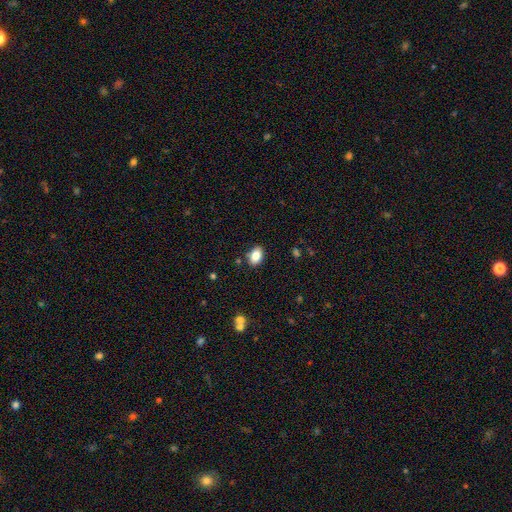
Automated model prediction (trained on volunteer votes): smooth-or-featured: smooth: 85% | star or artifact: 8% | featured or disk: 6%
  how-rounded: in between: 87% | round: 12% | cigar-shaped: 1%
  merging: none: 84% | minor disturbance: 11% | merger: 3% | major disturbance: 2%